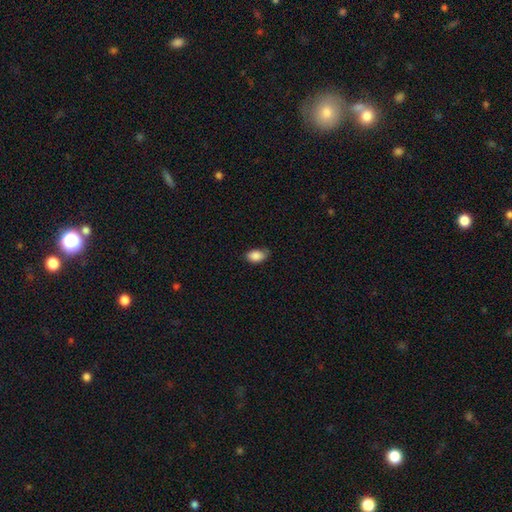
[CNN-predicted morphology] smooth 87%, star or artifact 7%, featured or disk 6%. Down the decision tree: how rounded — in between (90%); merging — none (67%).